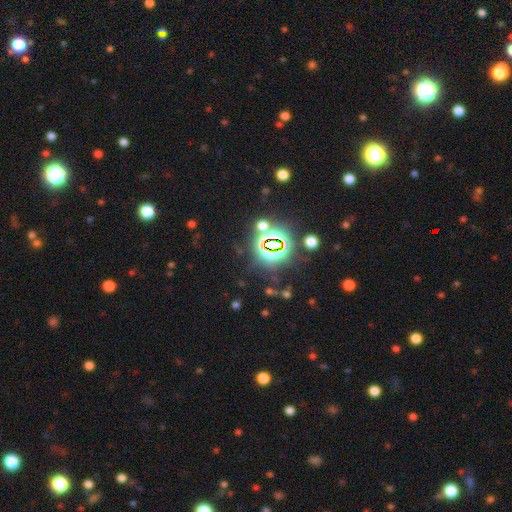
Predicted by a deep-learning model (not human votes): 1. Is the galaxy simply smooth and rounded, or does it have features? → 77% star or artifact, 14% smooth, 9% featured or disk.